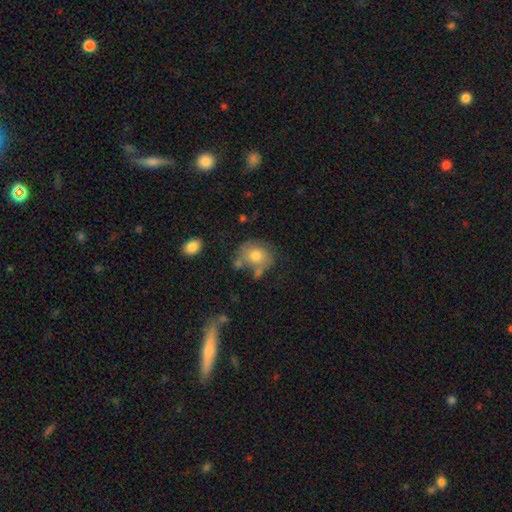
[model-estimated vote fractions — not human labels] smooth-or-featured: smooth: 67% | featured or disk: 25% | star or artifact: 8%
  how-rounded: round: 62% | in between: 37% | cigar-shaped: 1%
  merging: none: 51% | minor disturbance: 23% | merger: 14% | major disturbance: 12%